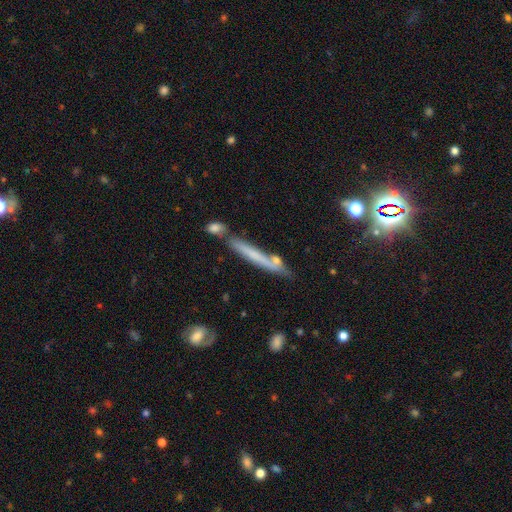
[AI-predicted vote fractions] Q: Smooth or featured?
A: smooth (48%); runner-up: featured or disk (43%)
Q: Merging?
A: none (68%); runner-up: minor disturbance (16%)